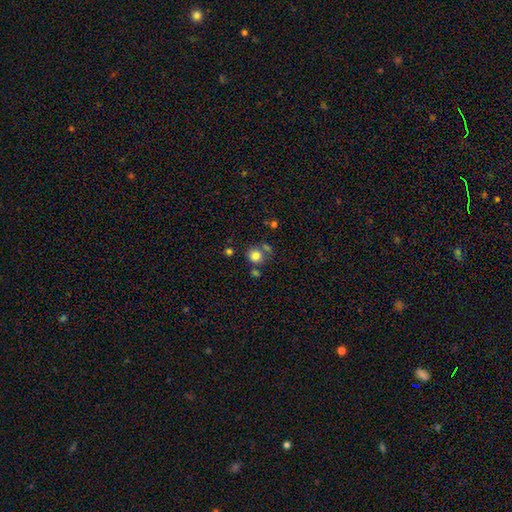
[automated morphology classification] Q: Smooth or featured?
A: smooth (81%); runner-up: star or artifact (12%)
Q: How rounded?
A: round (86%); runner-up: in between (13%)
Q: Merging?
A: none (65%); runner-up: merger (17%)